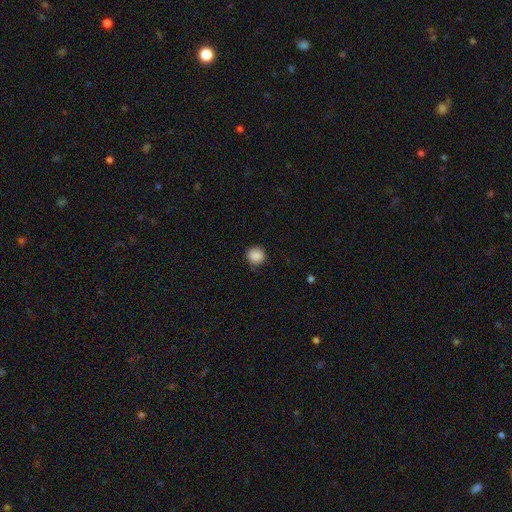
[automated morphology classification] Smooth or featured? smooth (88%)
How rounded? round (88%)
Merging? none (85%)